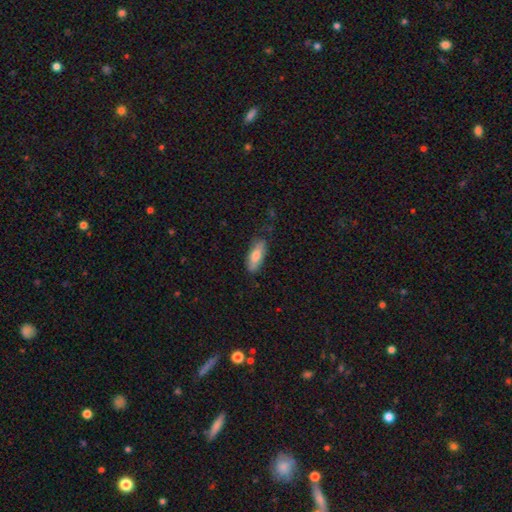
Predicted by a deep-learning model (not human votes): smooth-or-featured: smooth: 76% | featured or disk: 17% | star or artifact: 6%
  how-rounded: in between: 67% | cigar-shaped: 31% | round: 2%
  merging: none: 74% | minor disturbance: 20% | major disturbance: 4% | merger: 2%